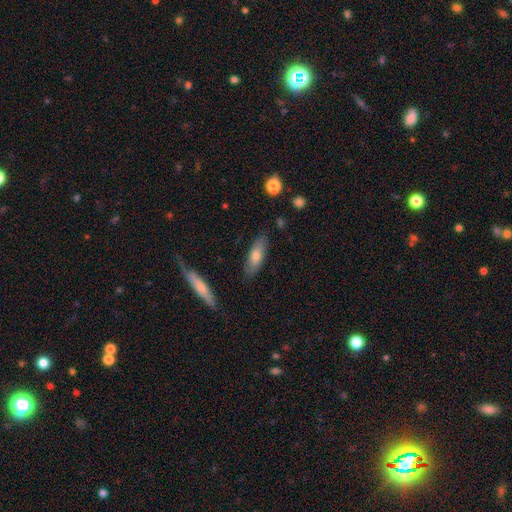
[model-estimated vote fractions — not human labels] This appears to be a smooth galaxy with no disk features (67%) that is in between round and cigar-shaped (55%). Merging: none (83%).